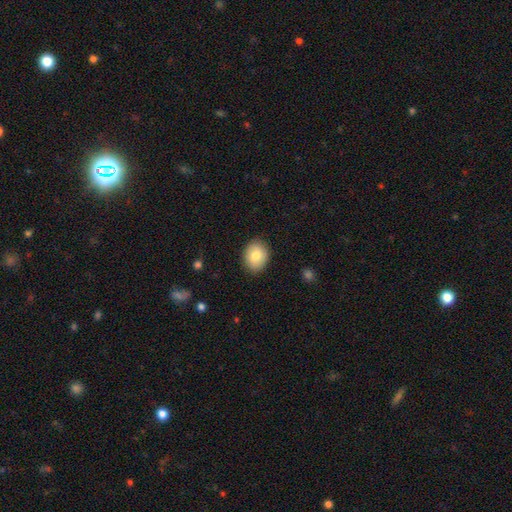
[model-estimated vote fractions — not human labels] smooth 80%, featured or disk 13%, star or artifact 8%. Down the decision tree: how rounded — in between (52%); merging — none (87%).